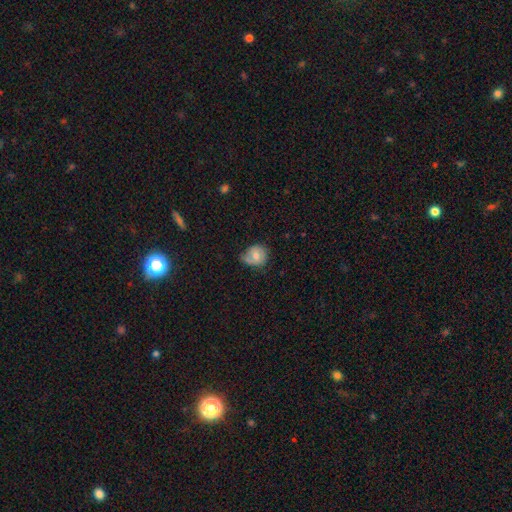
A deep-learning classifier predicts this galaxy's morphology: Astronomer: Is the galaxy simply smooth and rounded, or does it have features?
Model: smooth — 63%.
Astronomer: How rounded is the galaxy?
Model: round — 67%.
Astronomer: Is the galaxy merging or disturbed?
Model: none — 48% (runner-up: minor disturbance, 37%).